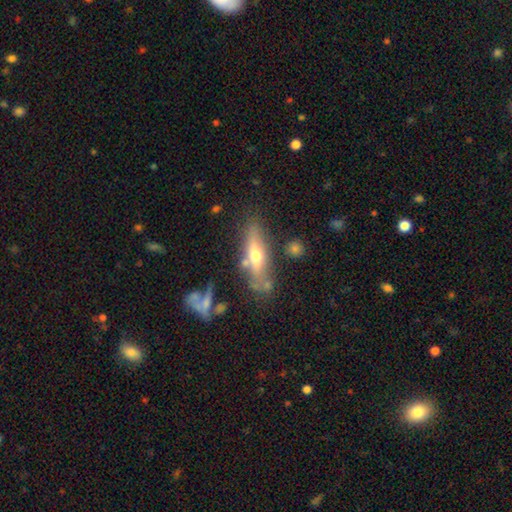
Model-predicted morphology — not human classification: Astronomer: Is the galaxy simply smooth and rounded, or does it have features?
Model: featured or disk — 51% (runner-up: smooth, 41%).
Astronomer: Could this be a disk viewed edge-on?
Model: yes — 77%.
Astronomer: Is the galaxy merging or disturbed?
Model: none — 64%.